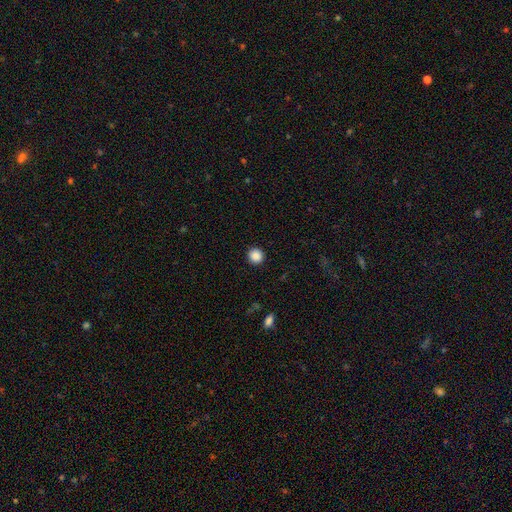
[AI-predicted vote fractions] This is clearly a smooth galaxy (88%). How rounded: clearly round (93%). Merging: clearly none (92%).